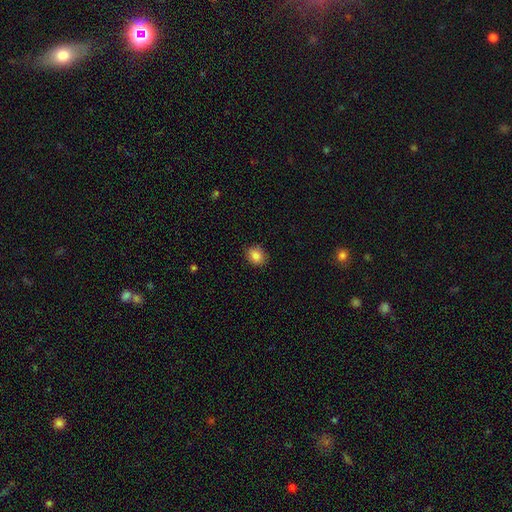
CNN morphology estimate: Smooth or featured? Predicted: smooth (p=0.84). How rounded? Predicted: round (p=0.63). Merging? Predicted: none (p=0.87).